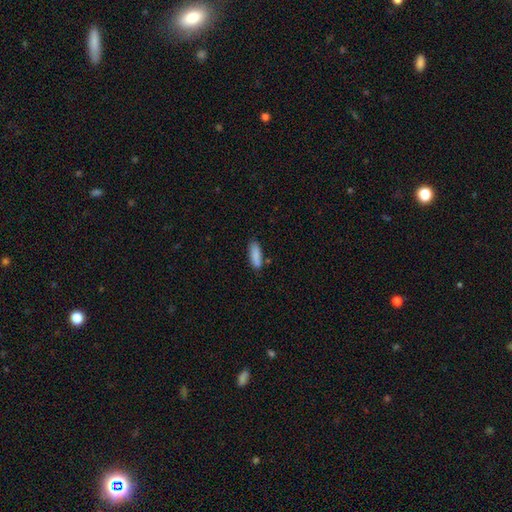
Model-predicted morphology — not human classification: Smooth or featured? smooth (88%)
How rounded? in between (55%)
Merging? none (78%)